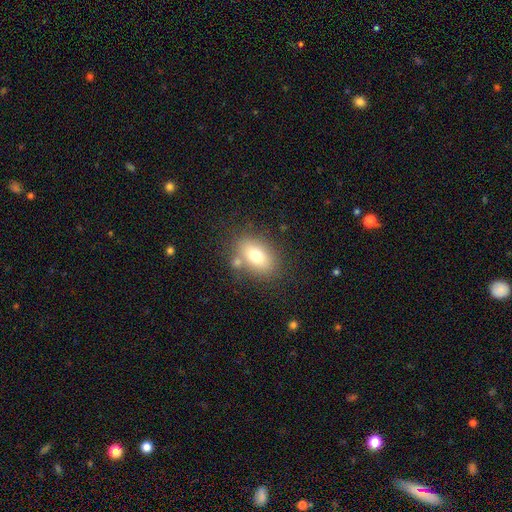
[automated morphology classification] Q: Smooth or featured?
A: smooth (74%); runner-up: featured or disk (16%)
Q: How rounded?
A: in between (83%); runner-up: round (15%)
Q: Merging?
A: none (71%); runner-up: minor disturbance (13%)